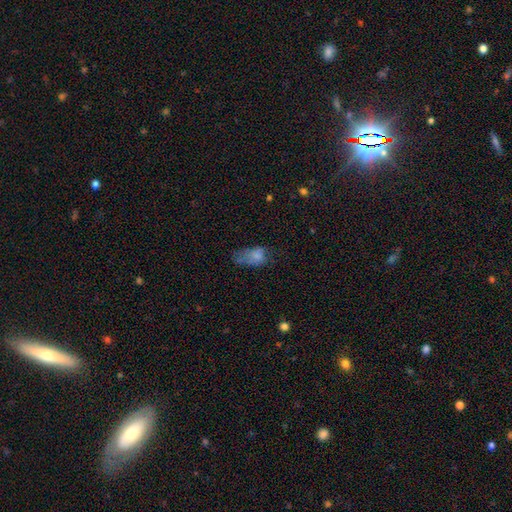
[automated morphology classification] Smooth or featured?
  - smooth: 68% *
  - featured or disk: 19%
  - star or artifact: 13%
How rounded?
  - in between: 87% *
  - round: 10%
  - cigar-shaped: 3%
Merging?
  - major disturbance: 36% *
  - none: 29%
  - minor disturbance: 28%
  - merger: 6%